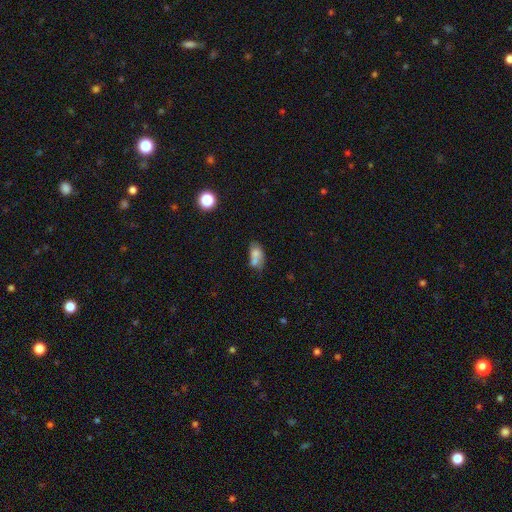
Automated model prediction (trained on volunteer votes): A smooth galaxy with no disk features (66%) that is in between round and cigar-shaped (84%). Merging: merger (42%).